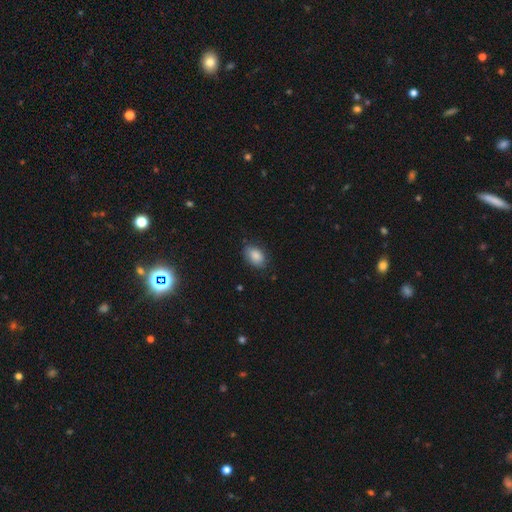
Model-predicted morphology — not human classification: Q: Smooth or featured?
A: smooth (86%); runner-up: star or artifact (7%)
Q: How rounded?
A: in between (87%); runner-up: round (12%)
Q: Merging?
A: none (76%); runner-up: minor disturbance (18%)